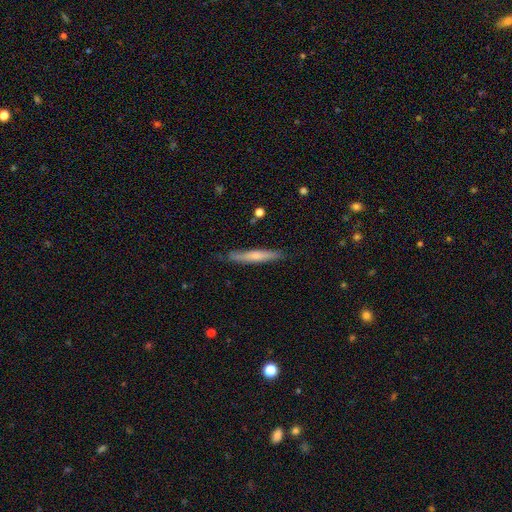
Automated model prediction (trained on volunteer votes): The model was most divided on "smooth or featured": smooth: 58%, featured or disk: 36%, star or artifact: 6%. More confident: how rounded — cigar-shaped (94%); merging — none (84%).